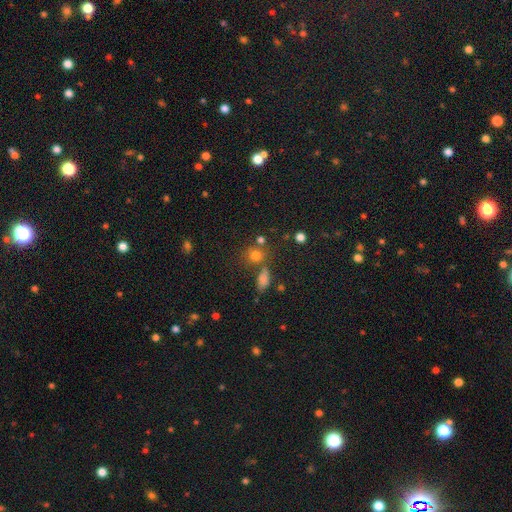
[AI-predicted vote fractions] Smooth or featured?
  - smooth: 72% *
  - star or artifact: 20%
  - featured or disk: 9%
How rounded?
  - round: 73% *
  - in between: 25%
  - cigar-shaped: 2%
Merging?
  - none: 63% *
  - merger: 20%
  - minor disturbance: 12%
  - major disturbance: 6%